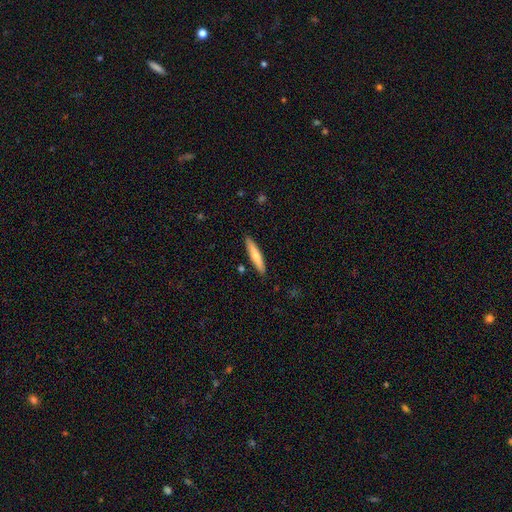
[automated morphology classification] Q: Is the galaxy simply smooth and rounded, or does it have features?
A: smooth — 64%.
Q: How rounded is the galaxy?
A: cigar-shaped — 89%.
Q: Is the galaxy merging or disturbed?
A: none — 89%.